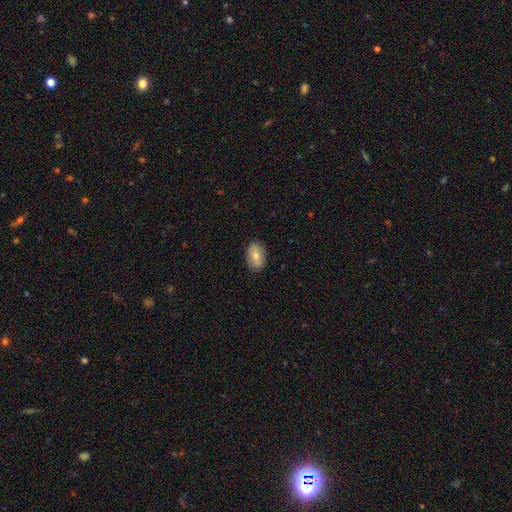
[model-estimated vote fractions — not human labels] A smooth galaxy with no disk features (72%) that is in between round and cigar-shaped (89%).

Vote fractions:
- Smooth or featured? smooth: 72% / featured or disk: 21% / star or artifact: 7%
- How rounded? in between: 89% / round: 9% / cigar-shaped: 3%
- Merging? none: 88% / minor disturbance: 9% / major disturbance: 2% / merger: 1%